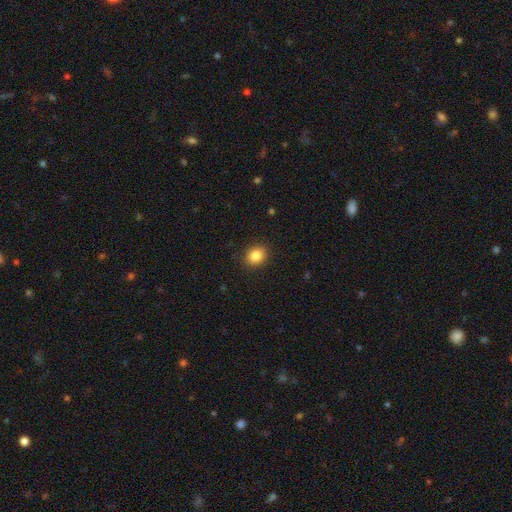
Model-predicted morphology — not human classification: A smooth galaxy with no disk features (85%) that is round (66%).

Vote fractions:
- Smooth or featured? smooth: 85% / star or artifact: 10% / featured or disk: 5%
- How rounded? round: 66% / in between: 33% / cigar-shaped: 1%
- Merging? none: 90% / minor disturbance: 7% / major disturbance: 2% / merger: 1%